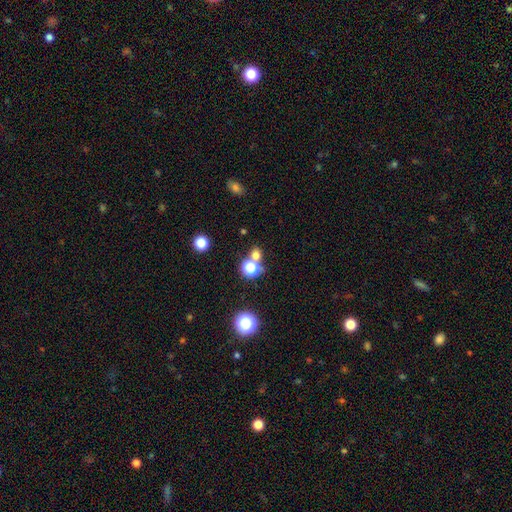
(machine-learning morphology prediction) smooth-or-featured: smooth: 65% | star or artifact: 27% | featured or disk: 8%
  how-rounded: round: 80% | in between: 19% | cigar-shaped: 1%
  merging: none: 59% | merger: 30% | minor disturbance: 7% | major disturbance: 4%